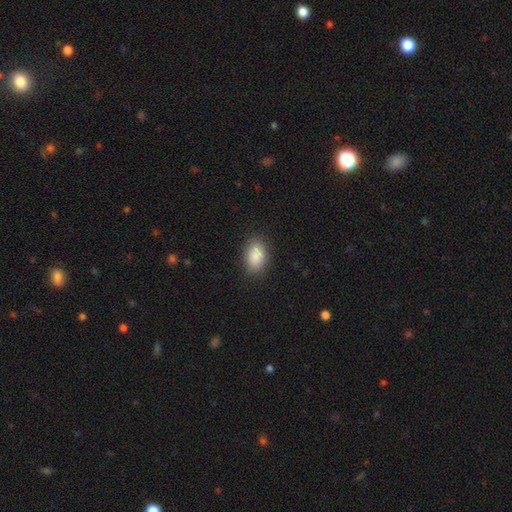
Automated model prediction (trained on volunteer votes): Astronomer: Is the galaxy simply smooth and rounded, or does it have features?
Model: smooth — 88%.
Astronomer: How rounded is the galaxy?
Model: in between — 90%.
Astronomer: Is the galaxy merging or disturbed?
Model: none — 84%.